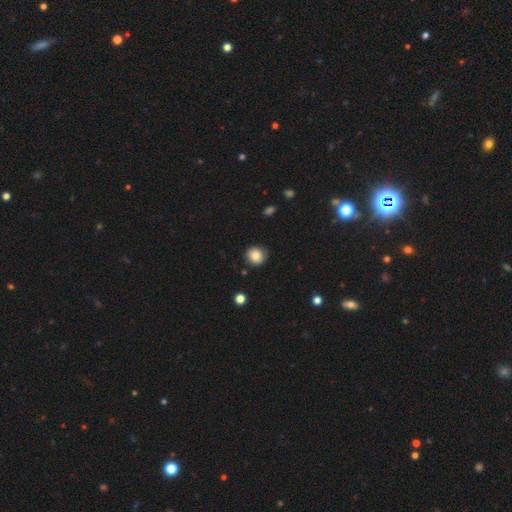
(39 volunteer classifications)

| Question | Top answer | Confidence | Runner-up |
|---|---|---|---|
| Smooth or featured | smooth | 79% | featured or disk (10%) |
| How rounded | round | 90% | in between (10%) |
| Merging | none | 94% | minor disturbance (3%) |